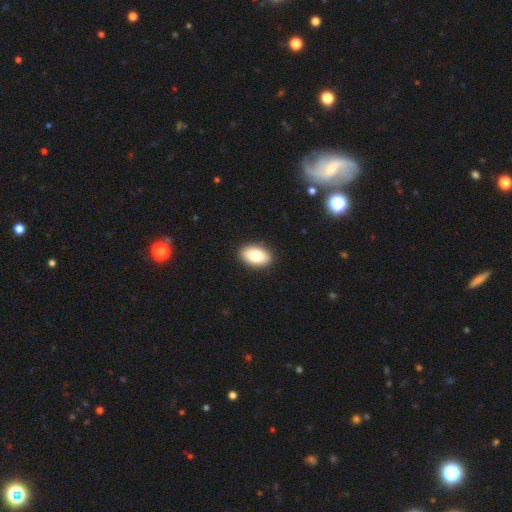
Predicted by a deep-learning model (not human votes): A smooth galaxy with no disk features (83%) that is in between round and cigar-shaped (92%). Merging: none (90%).